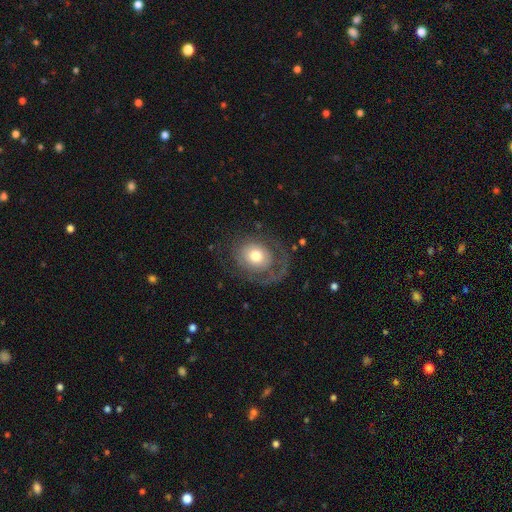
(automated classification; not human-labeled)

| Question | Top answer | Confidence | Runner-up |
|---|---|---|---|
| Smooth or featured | featured or disk | 52% | smooth (40%) |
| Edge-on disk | no | 96% | yes (4%) |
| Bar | no | 85% | weak (13%) |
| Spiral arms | yes | 62% | no (38%) |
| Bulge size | moderate | 62% | large (20%) |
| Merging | none | 58% | major disturbance (22%) |